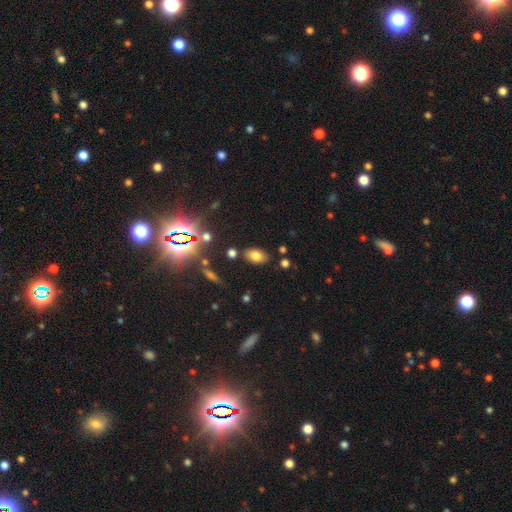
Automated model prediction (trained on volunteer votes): Smooth or featured? smooth (75%)
How rounded? in between (89%)
Merging? none (82%)